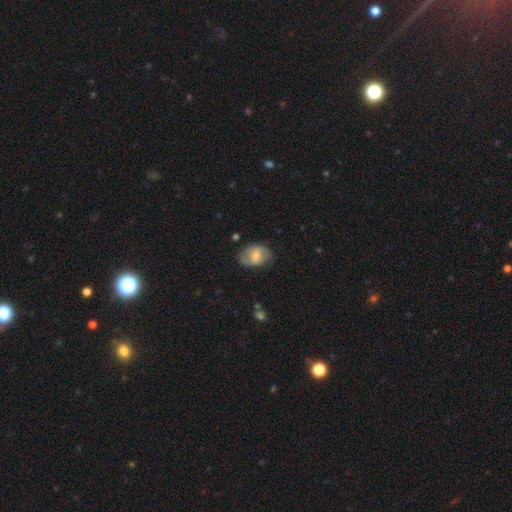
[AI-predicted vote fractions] smooth 49%, featured or disk 44%, star or artifact 7%. Down the decision tree: merging — none (67%).